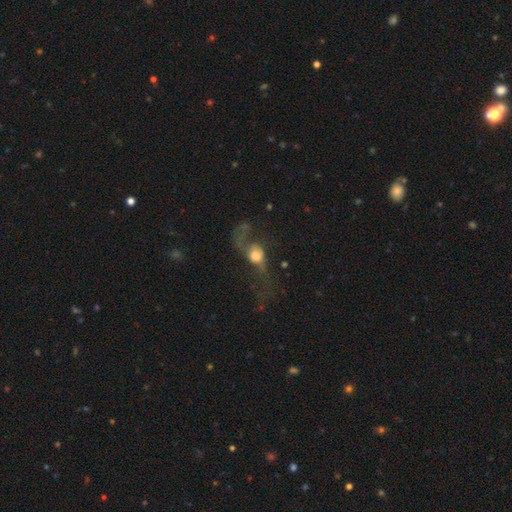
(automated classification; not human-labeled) This appears to be a featured or disk galaxy (48%). Merging: major disturbance (54%).